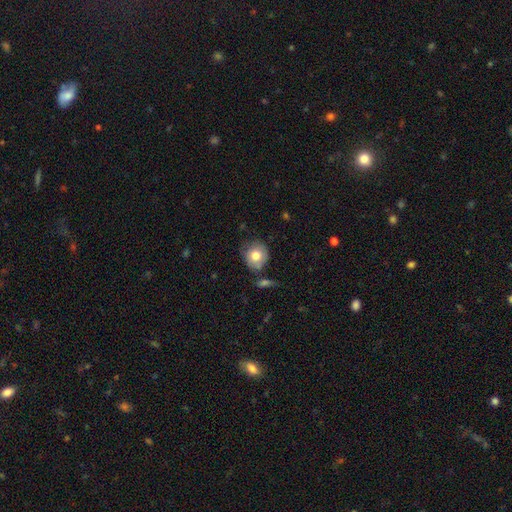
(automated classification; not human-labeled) Overall: smooth (77%). How rounded: round (85%). Merging: none (68%).